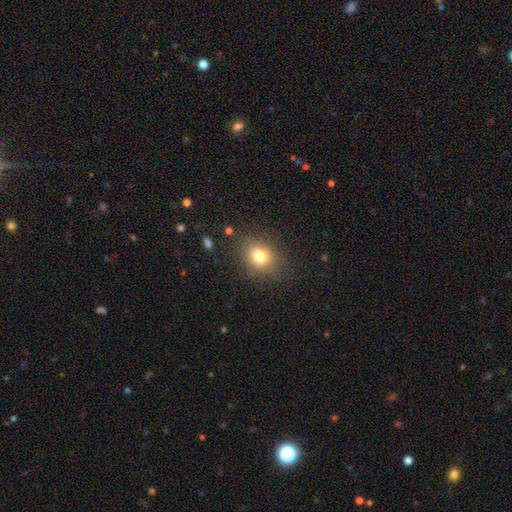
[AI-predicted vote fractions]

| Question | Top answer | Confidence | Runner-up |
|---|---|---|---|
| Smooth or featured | smooth | 73% | star or artifact (17%) |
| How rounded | round | 56% | in between (42%) |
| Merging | none | 84% | minor disturbance (12%) |